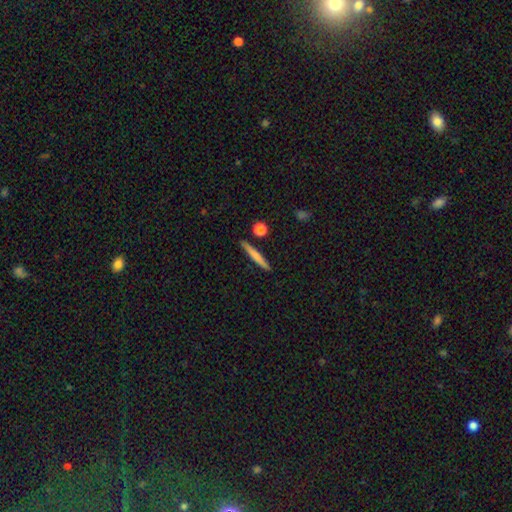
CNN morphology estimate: Smooth or featured? smooth (68%)
How rounded? cigar-shaped (94%)
Merging? none (88%)